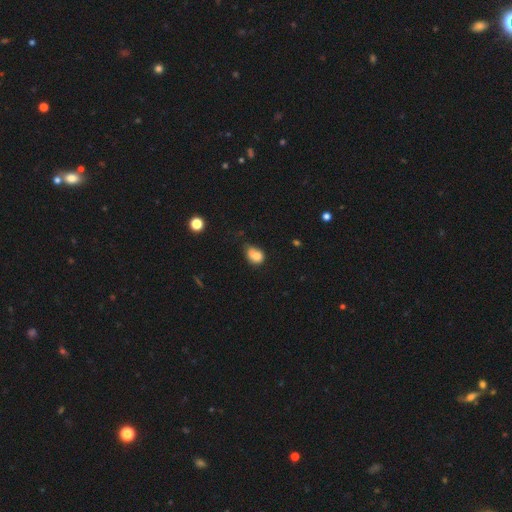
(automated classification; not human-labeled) Morphology: type=smooth (77%); roundness=in between (57%); merging=none (34%).